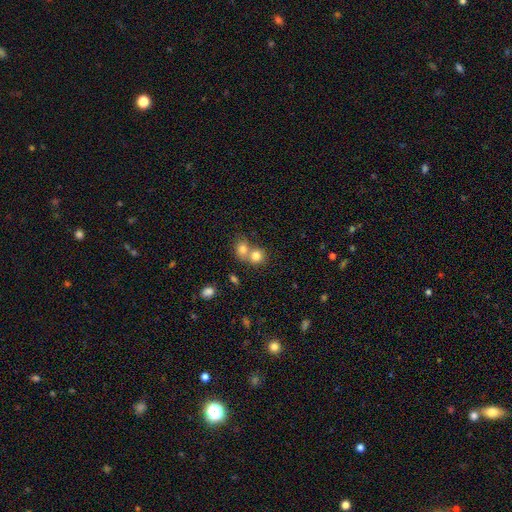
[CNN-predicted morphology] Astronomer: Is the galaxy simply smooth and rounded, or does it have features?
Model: smooth — 79%.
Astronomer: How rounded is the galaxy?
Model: round — 78%.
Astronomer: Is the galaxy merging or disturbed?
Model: merger — 59%.